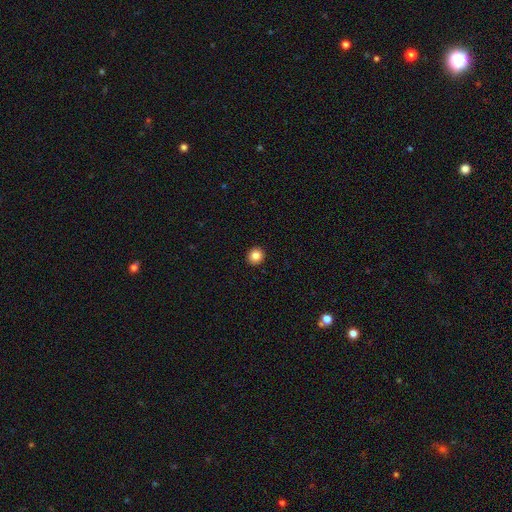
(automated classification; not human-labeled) A smooth galaxy with no disk features (84%) that is round (87%). Merging: none (93%).